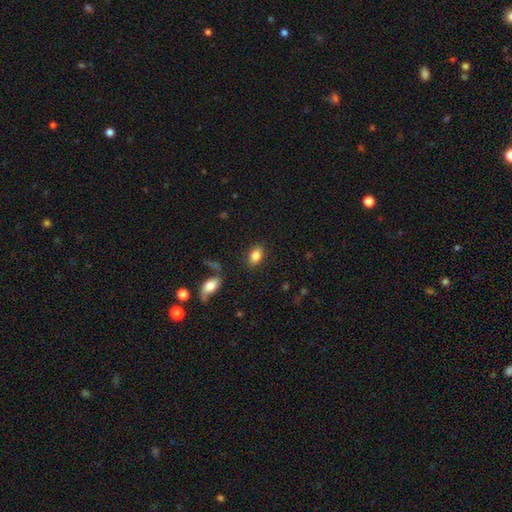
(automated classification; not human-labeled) A smooth galaxy with no disk features (85%) that is in between round and cigar-shaped (85%). Merging: none (85%).